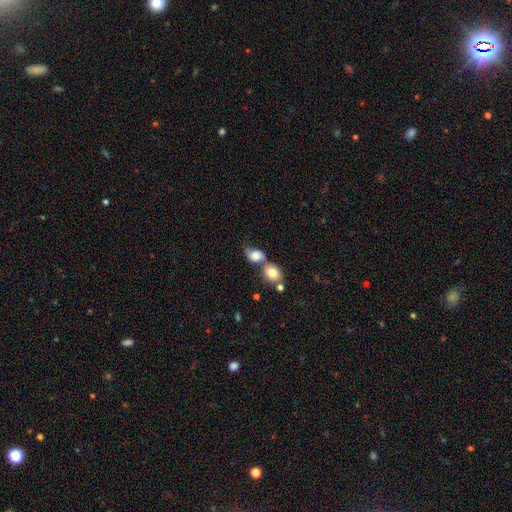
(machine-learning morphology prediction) Overall: smooth (72%). How rounded: in between (52%; round 47%). Merging: merger (49%; none 29%).